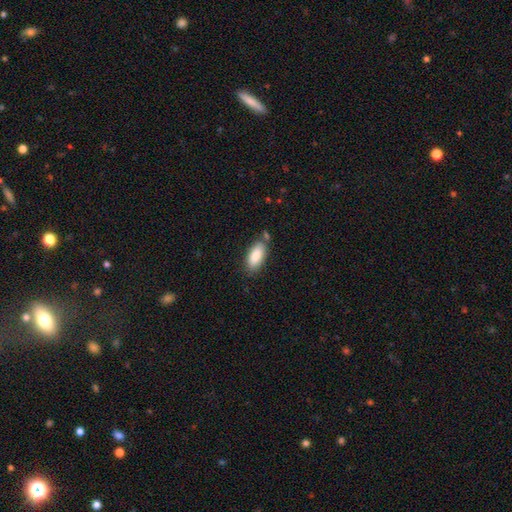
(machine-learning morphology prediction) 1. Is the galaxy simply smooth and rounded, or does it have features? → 86% smooth, 7% featured or disk, 6% star or artifact.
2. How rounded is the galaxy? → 86% in between, 12% cigar-shaped, 2% round.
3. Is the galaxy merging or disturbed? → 72% none, 16% minor disturbance, 8% merger, 4% major disturbance.